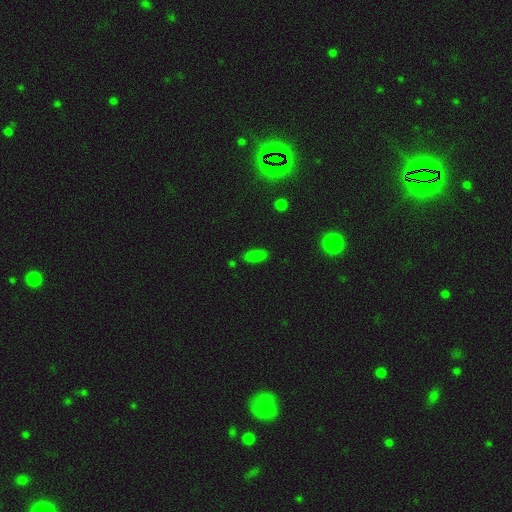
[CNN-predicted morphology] The model was most divided on "how rounded": in between: 82%, cigar-shaped: 15%, round: 3%. More confident: merging — none (83%); smooth or featured — smooth (82%).